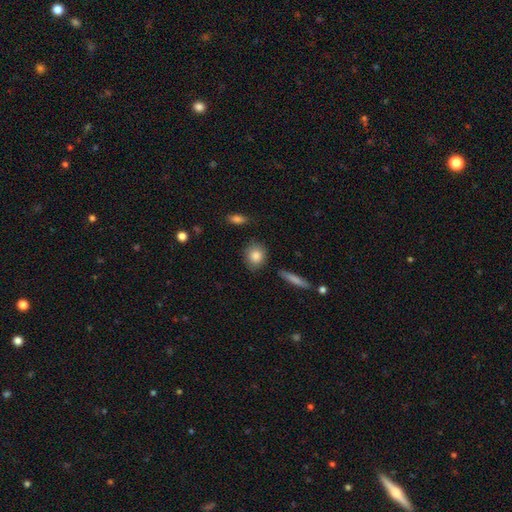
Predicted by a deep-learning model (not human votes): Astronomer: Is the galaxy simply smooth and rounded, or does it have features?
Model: smooth — 85%.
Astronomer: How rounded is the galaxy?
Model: round — 70%.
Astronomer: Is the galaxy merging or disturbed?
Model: none — 83%.